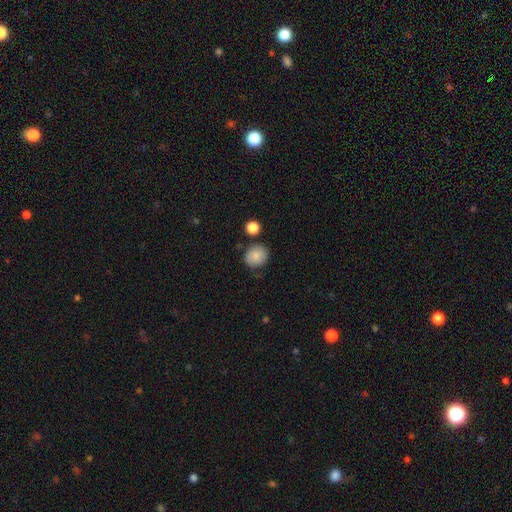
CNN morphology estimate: The model was most divided on "how rounded": round: 80%, in between: 19%, cigar-shaped: 1%. More confident: smooth or featured — smooth (82%); merging — none (79%).